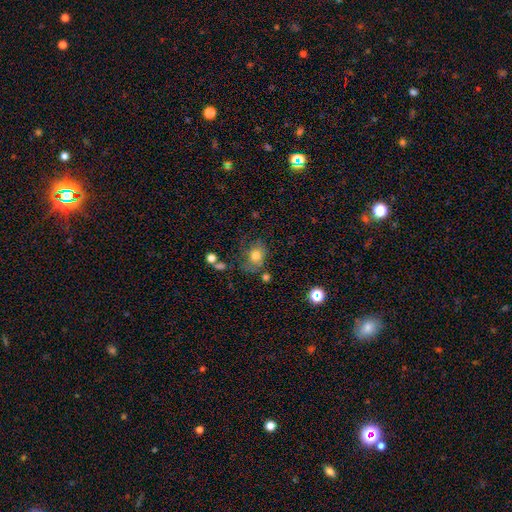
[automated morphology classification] Smooth or featured? smooth (75%)
How rounded? in between (52%)
Merging? none (51%)